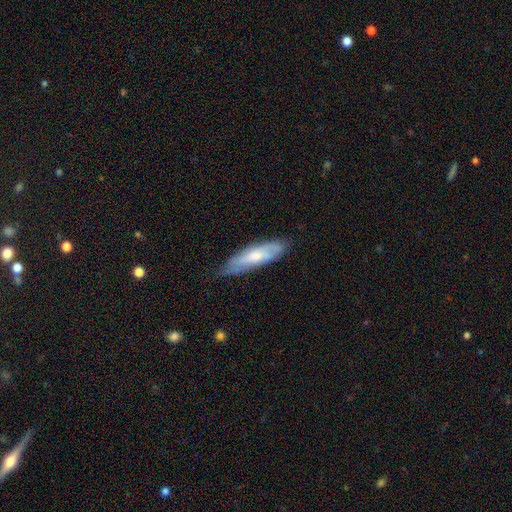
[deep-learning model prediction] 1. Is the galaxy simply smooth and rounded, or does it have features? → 54% smooth, 40% featured or disk, 6% star or artifact.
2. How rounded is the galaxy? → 61% cigar-shaped, 37% in between, 2% round.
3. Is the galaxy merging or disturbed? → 67% none, 27% minor disturbance, 5% major disturbance, 1% merger.